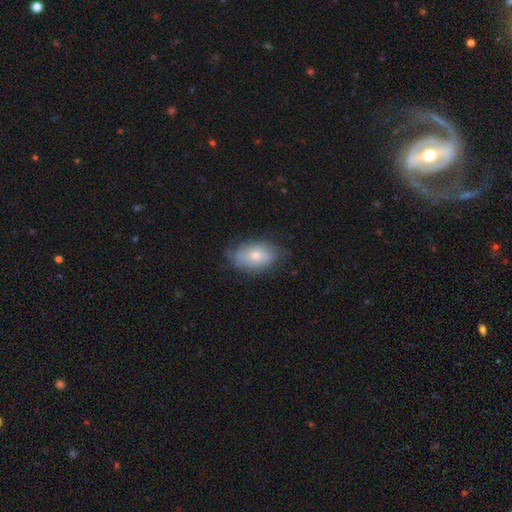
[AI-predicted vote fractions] Smooth or featured: smooth — 57% (featured or disk — 35%)
How rounded: in between — 89% (round — 10%)
Merging: none — 63% (minor disturbance — 27%)